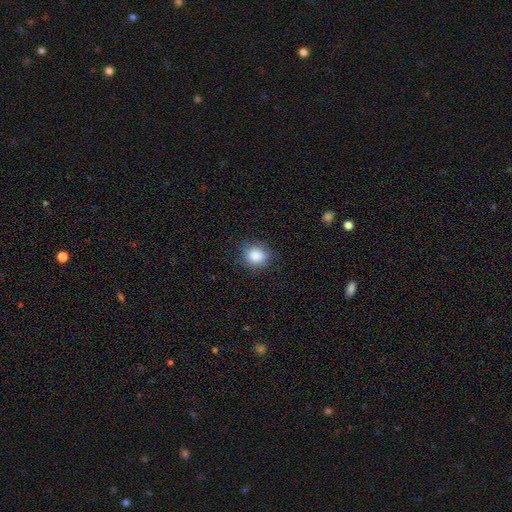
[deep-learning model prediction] Smooth or featured? smooth (87%)
How rounded? round (67%)
Merging? none (80%)